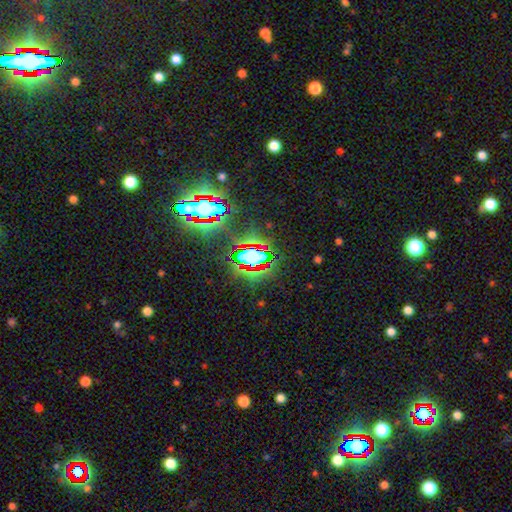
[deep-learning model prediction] star or artifact 72%, smooth 16%, featured or disk 11%.